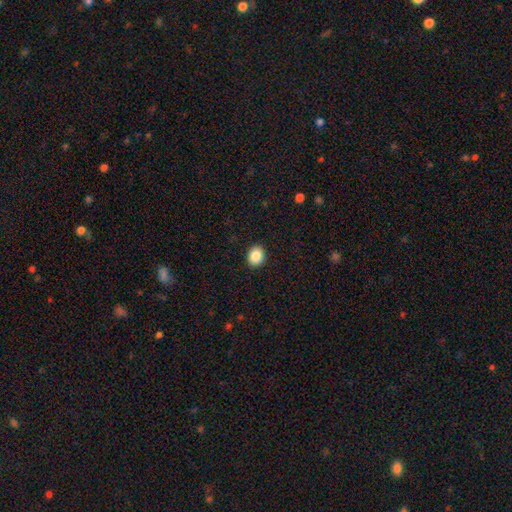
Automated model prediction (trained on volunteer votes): Smooth or featured: smooth — 87% (star or artifact — 9%)
How rounded: round — 55% (in between — 44%)
Merging: none — 91% (minor disturbance — 6%)